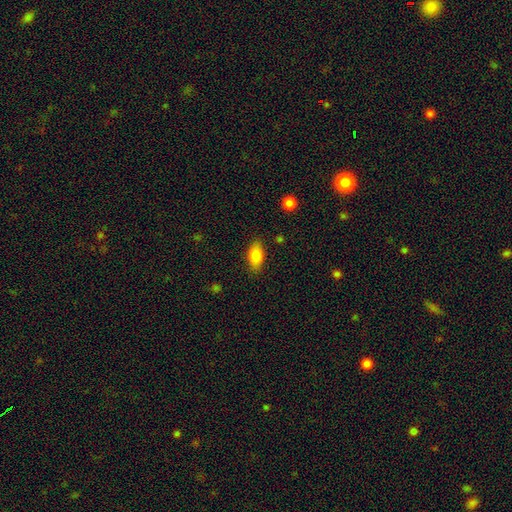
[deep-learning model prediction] Smooth or featured? smooth (82%)
How rounded? in between (89%)
Merging? none (84%)